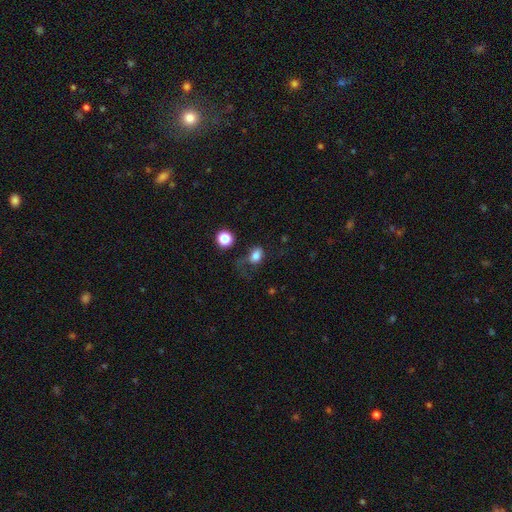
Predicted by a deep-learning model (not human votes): Smooth or featured? Predicted: smooth (p=0.78). How rounded? Predicted: in between (p=0.68). Merging? Predicted: none (p=0.36).